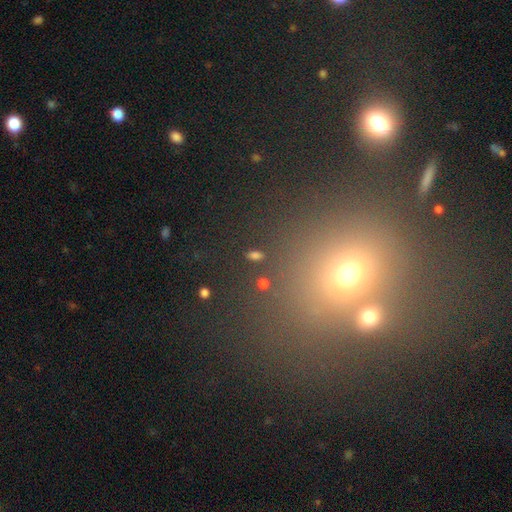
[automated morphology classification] A smooth galaxy with no disk features (52%) that is round (73%).

Vote fractions:
- Smooth or featured? smooth: 52% / star or artifact: 36% / featured or disk: 12%
- How rounded? round: 73% / in between: 25% / cigar-shaped: 2%
- Merging? none: 69% / merger: 16% / minor disturbance: 10% / major disturbance: 6%